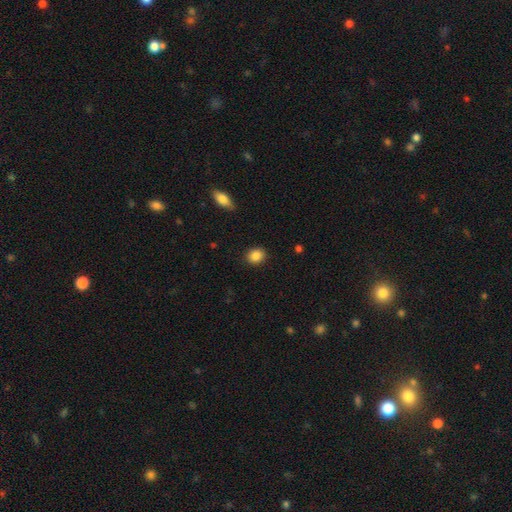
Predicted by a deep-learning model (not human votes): smooth-or-featured: smooth: 87% | star or artifact: 9% | featured or disk: 5%
  how-rounded: round: 63% | in between: 35% | cigar-shaped: 1%
  merging: none: 89% | minor disturbance: 8% | major disturbance: 2% | merger: 1%